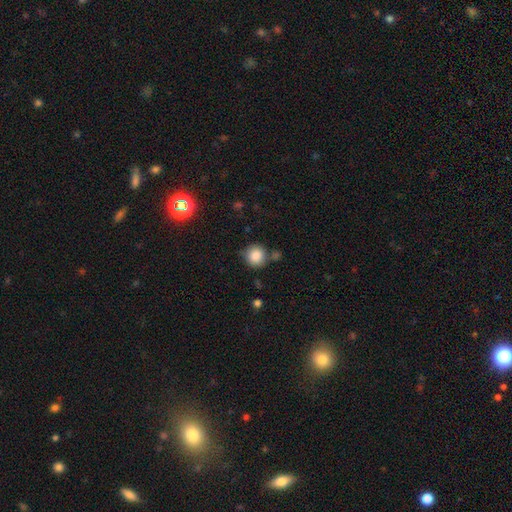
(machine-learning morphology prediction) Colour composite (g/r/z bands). It shows a smooth galaxy with no disk features (86%) that is round (92%). Merging: none (74%).